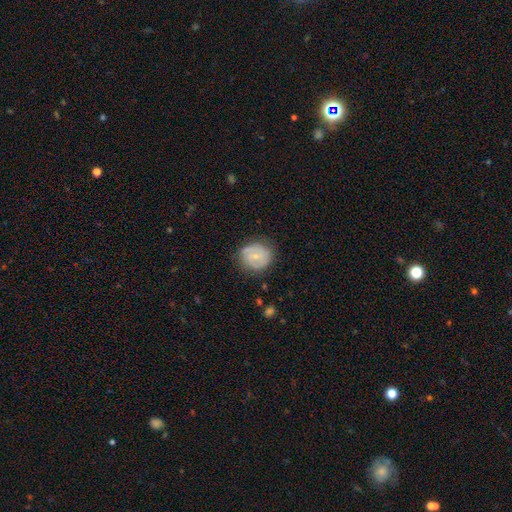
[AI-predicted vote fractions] Morphology: type=smooth (47%); merging=none (73%).